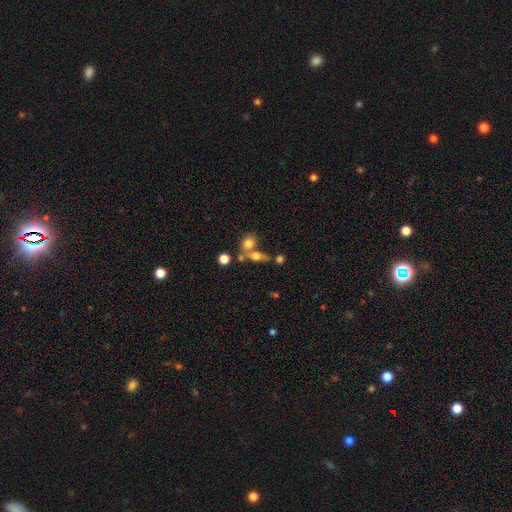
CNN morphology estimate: Overall: smooth (66%). How rounded: in between (59%; round 29%). Merging: merger (42%; none 41%).